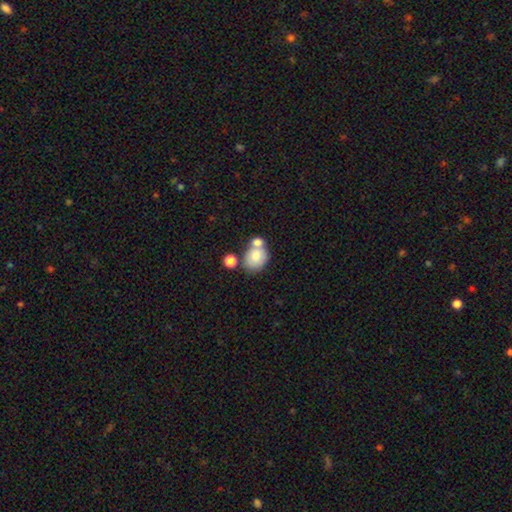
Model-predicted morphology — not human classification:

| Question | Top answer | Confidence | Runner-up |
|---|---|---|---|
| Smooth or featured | smooth | 74% | featured or disk (18%) |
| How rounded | round | 50% | in between (49%) |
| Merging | merger | 44% | none (39%) |